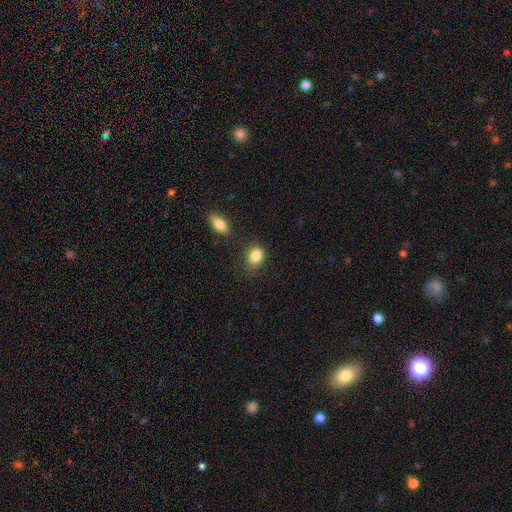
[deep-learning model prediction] smooth-or-featured: smooth: 85% | star or artifact: 9% | featured or disk: 6%
  how-rounded: in between: 64% | round: 34% | cigar-shaped: 2%
  merging: none: 73% | minor disturbance: 17% | merger: 6% | major disturbance: 4%